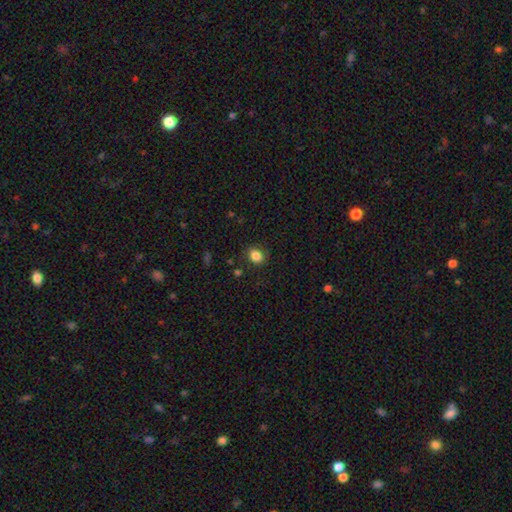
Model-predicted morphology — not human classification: This is clearly a smooth galaxy (85%). How rounded: possibly round (58%). Merging: clearly none (83%).